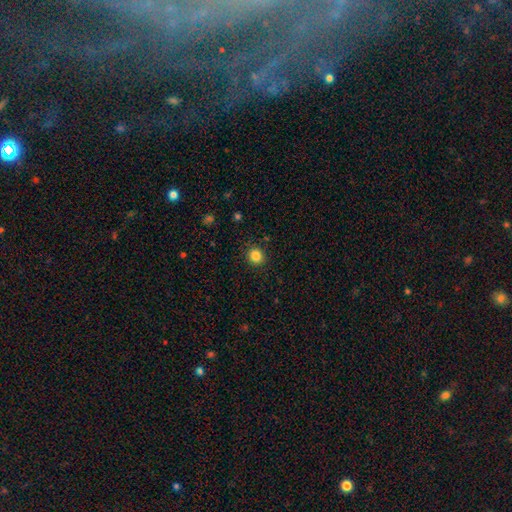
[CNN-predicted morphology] Smooth or featured: smooth — 85% (star or artifact — 11%)
How rounded: round — 90% (in between — 9%)
Merging: none — 91% (minor disturbance — 6%)